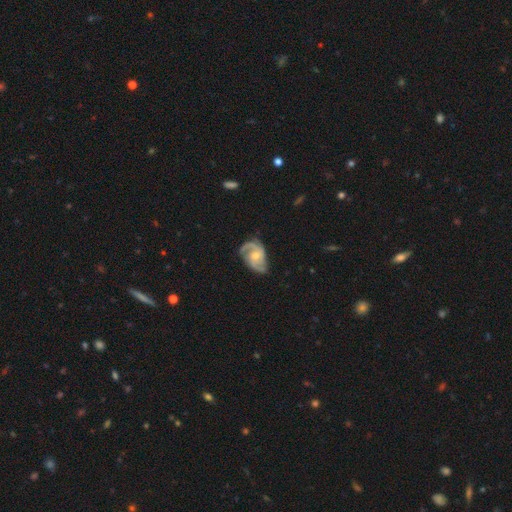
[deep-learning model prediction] Smooth or featured? featured or disk (85%)
Edge-on disk? no (97%)
Bar? no (60%)
Spiral arms? yes (96%)
Spiral winding? medium (53%)
Spiral arm count? 2 (68%)
Bulge size? moderate (49%)
Merging? none (65%)